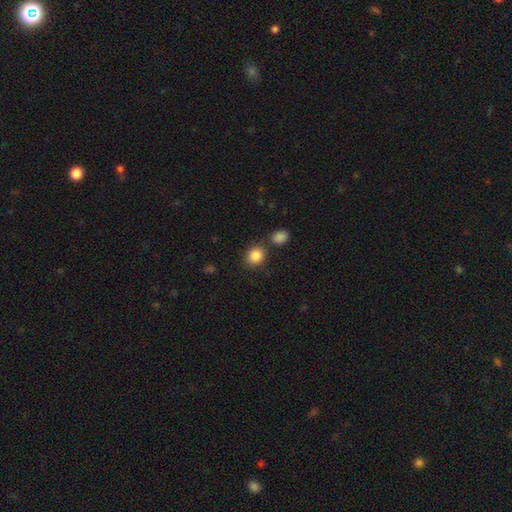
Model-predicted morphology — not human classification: type=smooth (86%); roundness=round (73%); merging=none (74%).